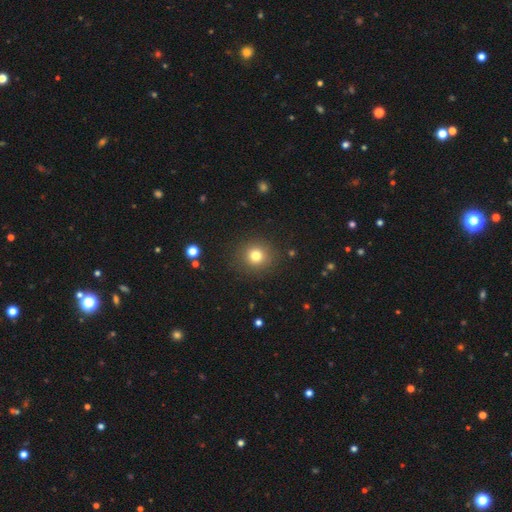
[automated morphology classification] Smooth or featured: smooth — 79% (star or artifact — 14%)
How rounded: round — 90% (in between — 9%)
Merging: none — 89% (minor disturbance — 7%)